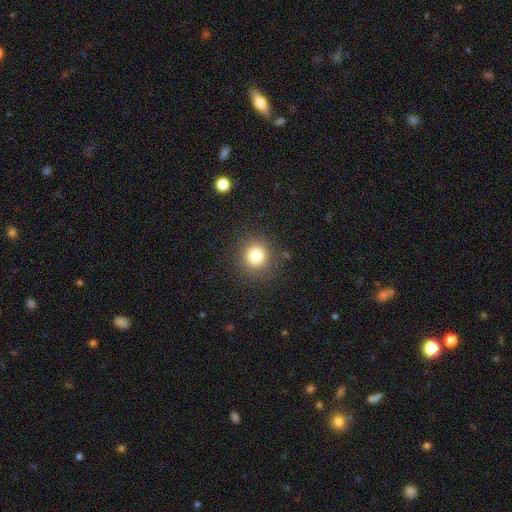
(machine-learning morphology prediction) This is clearly a smooth galaxy (81%). How rounded: clearly round (91%). Merging: clearly none (87%).